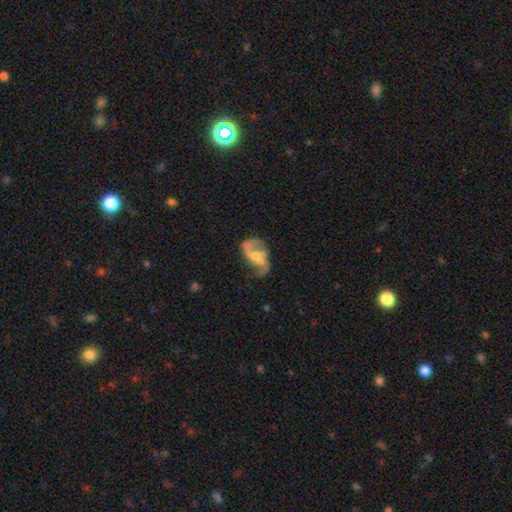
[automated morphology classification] Overall: featured or disk (72%). Edge-on disk: no (97%). Bar: no (47%; weak 41%). Spiral arms: yes (81%). Spiral arm count: 2 (75%). Spiral winding: loose (53%; medium 37%). Bulge size: moderate (44%; small 37%). Merging: none (36%; major disturbance 29%).